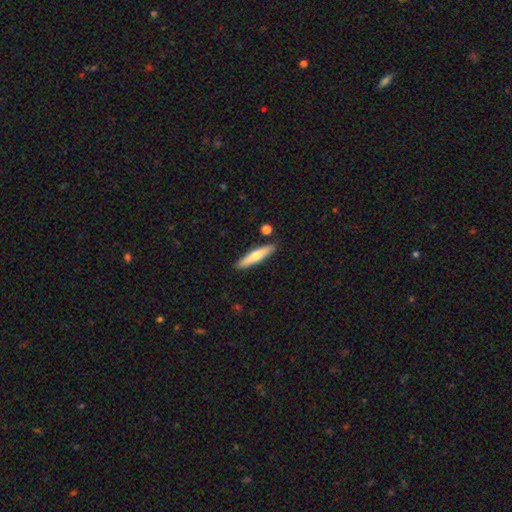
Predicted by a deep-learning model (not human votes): Morphology: type=smooth (65%); roundness=cigar-shaped (88%); merging=none (88%).